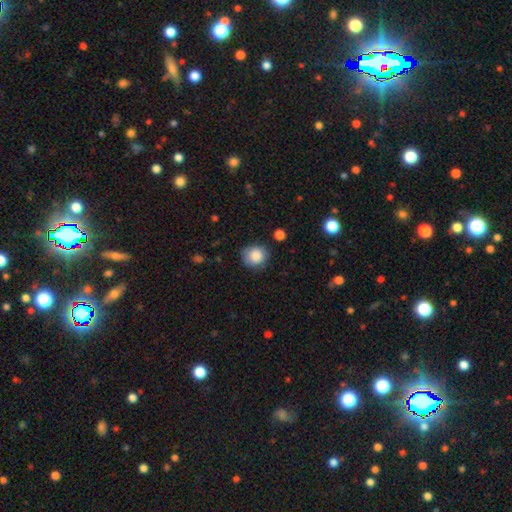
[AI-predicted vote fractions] A smooth galaxy with no disk features (86%) that is round (87%).

Vote fractions:
- Smooth or featured? smooth: 86% / star or artifact: 8% / featured or disk: 6%
- How rounded? round: 87% / in between: 12% / cigar-shaped: 1%
- Merging? none: 82% / minor disturbance: 13% / major disturbance: 3% / merger: 2%